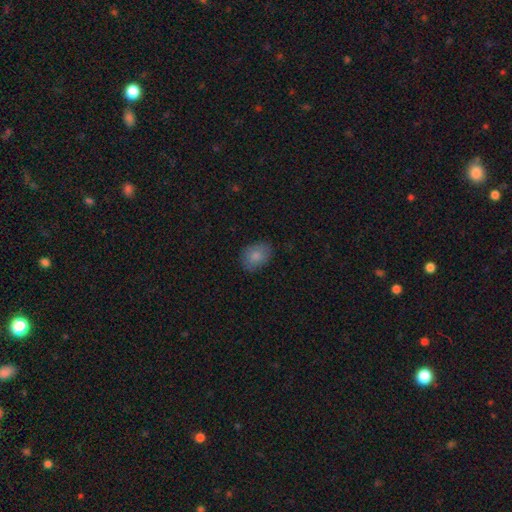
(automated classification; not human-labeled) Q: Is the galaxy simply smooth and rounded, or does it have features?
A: smooth — 83%.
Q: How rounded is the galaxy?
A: in between — 70%.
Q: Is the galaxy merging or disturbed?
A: none — 79%.